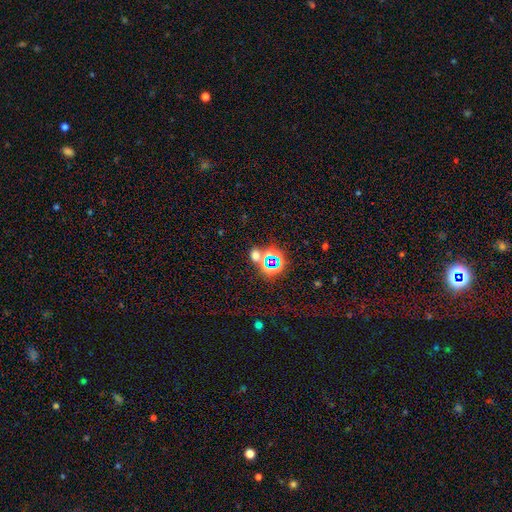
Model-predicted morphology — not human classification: Overall: smooth (47%; star or artifact 44%). Merging: none (59%; merger 27%).